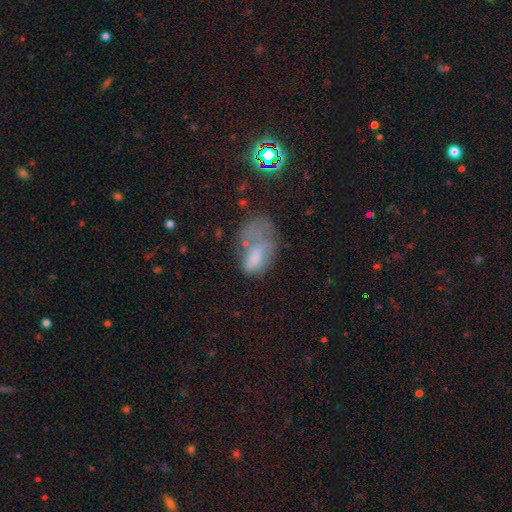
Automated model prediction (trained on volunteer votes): Smooth or featured? Predicted: smooth (p=0.60). How rounded? Predicted: in between (p=0.88). Merging? Predicted: major disturbance (p=0.47).